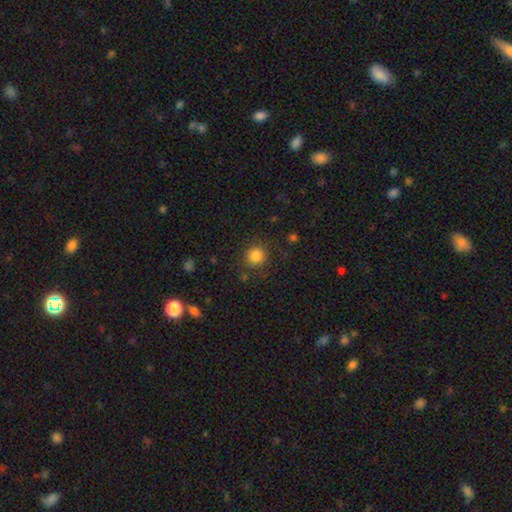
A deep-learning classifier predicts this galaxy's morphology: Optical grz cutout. It shows a smooth galaxy with no disk features (84%) that is round (90%). Merging: none (82%).